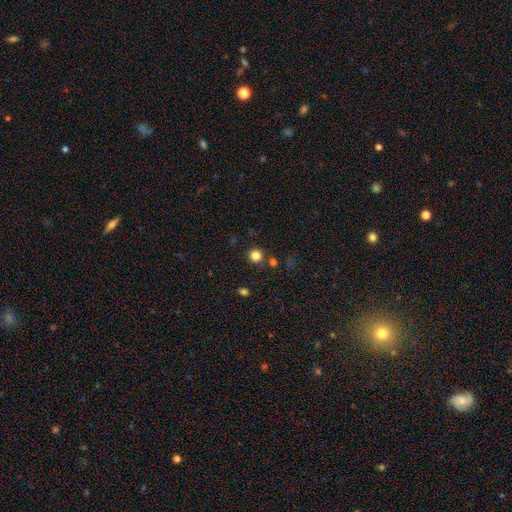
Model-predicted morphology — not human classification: Smooth or featured?
  - smooth: 82% *
  - star or artifact: 14%
  - featured or disk: 4%
How rounded?
  - round: 94% *
  - in between: 5%
  - cigar-shaped: 1%
Merging?
  - none: 85% *
  - minor disturbance: 6%
  - merger: 6%
  - major disturbance: 2%